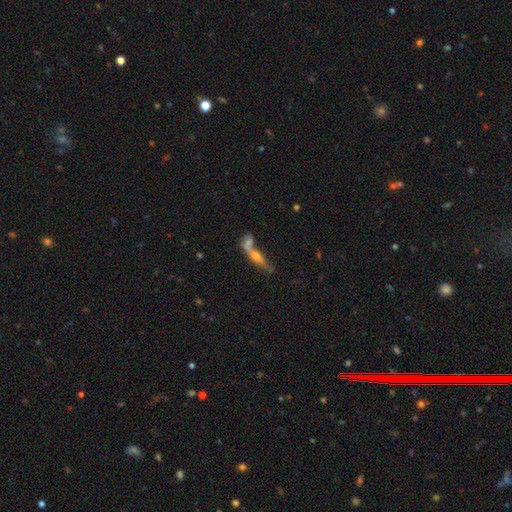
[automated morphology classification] A featured or disk galaxy (57%) viewed edge-on (75%).

Vote fractions:
- Smooth or featured? featured or disk: 57% / smooth: 33% / star or artifact: 11%
- Edge-on disk? yes: 75% / no: 25%
- Merging? merger: 46% / none: 34% / minor disturbance: 11% / major disturbance: 9%